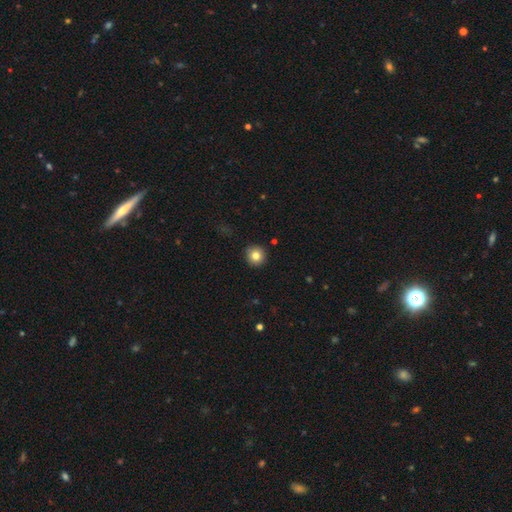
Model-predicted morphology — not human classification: Smooth or featured: smooth — 81% (star or artifact — 10%)
How rounded: round — 95% (in between — 4%)
Merging: none — 91% (minor disturbance — 6%)